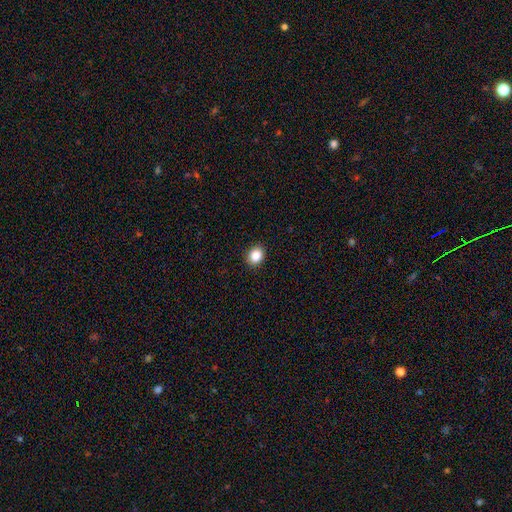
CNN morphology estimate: smooth-or-featured: smooth: 87% | star or artifact: 10% | featured or disk: 3%
  how-rounded: round: 62% | in between: 37% | cigar-shaped: 1%
  merging: none: 91% | minor disturbance: 7% | major disturbance: 2% | merger: 1%